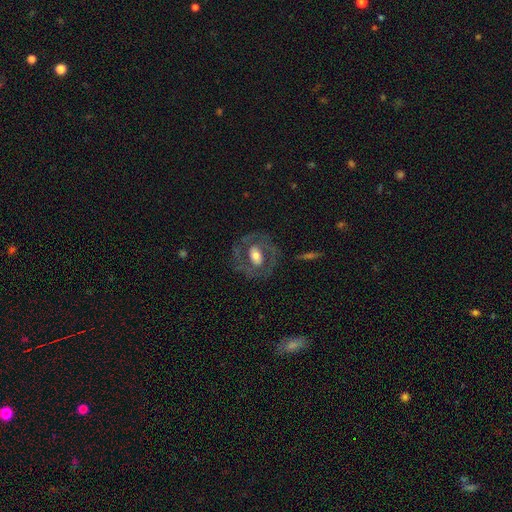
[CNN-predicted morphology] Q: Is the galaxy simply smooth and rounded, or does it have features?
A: featured or disk — 63%.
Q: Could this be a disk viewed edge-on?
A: no — 94%.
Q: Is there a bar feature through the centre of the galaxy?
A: no — 53%.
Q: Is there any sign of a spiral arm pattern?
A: no — 54%.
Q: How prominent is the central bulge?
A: moderate — 55%.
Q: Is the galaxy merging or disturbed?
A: none — 71%.